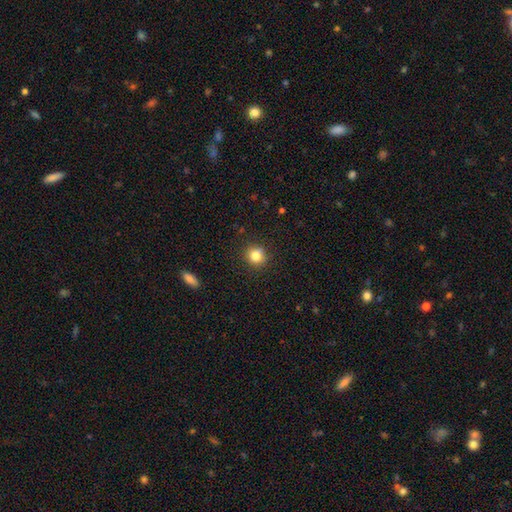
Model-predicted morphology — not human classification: A smooth galaxy with no disk features (82%) that is round (88%). Merging: none (87%).